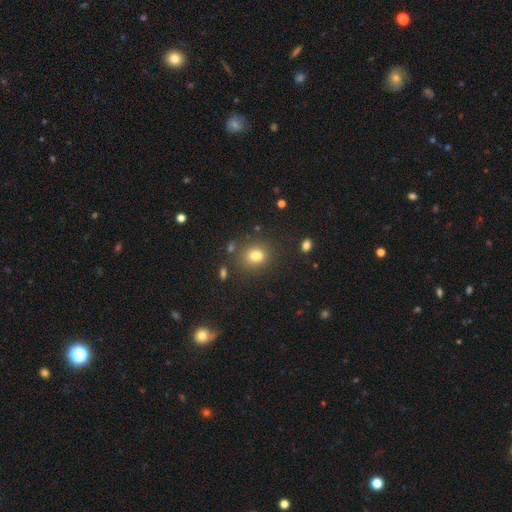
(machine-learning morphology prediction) The model was most divided on "how rounded": round: 55%, in between: 44%, cigar-shaped: 1%. More confident: smooth or featured — smooth (76%); merging — none (66%).